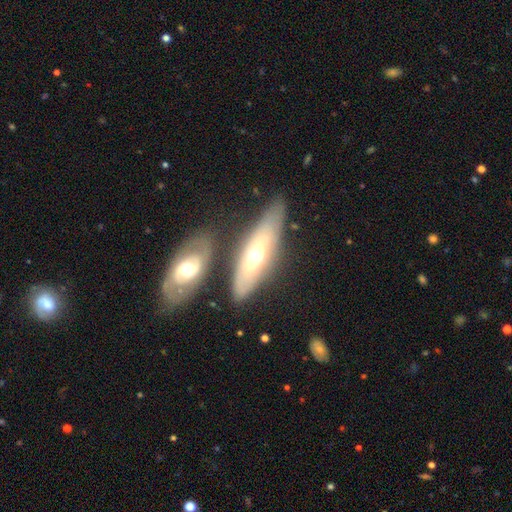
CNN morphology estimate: This appears to be a featured or disk galaxy (53%). Merging: none (69%).